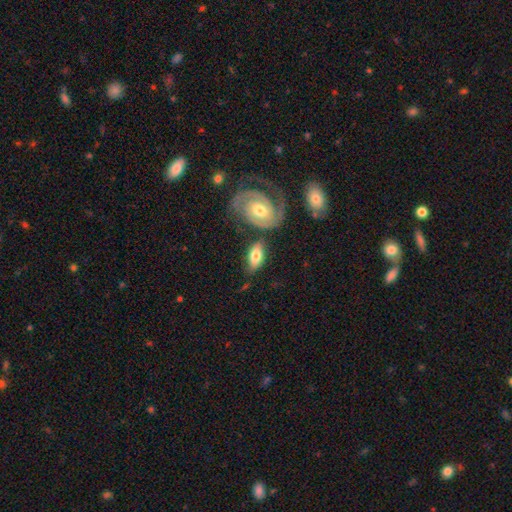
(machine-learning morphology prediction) type=smooth (55%); roundness=in between (84%); merging=none (62%).